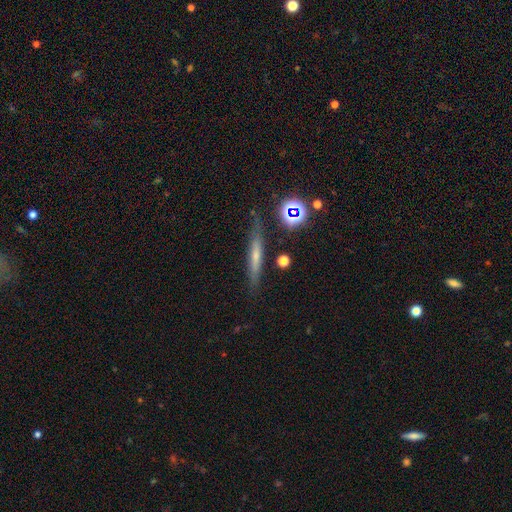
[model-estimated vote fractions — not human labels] This appears to be a featured or disk galaxy (46%). Merging: none (79%).